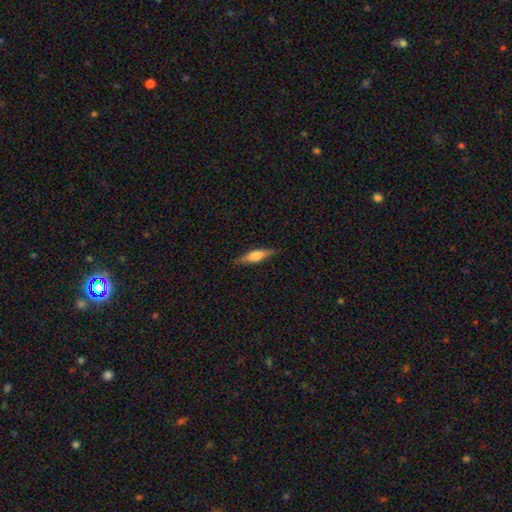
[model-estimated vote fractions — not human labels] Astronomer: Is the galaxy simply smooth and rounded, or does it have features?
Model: featured or disk — 50% (runner-up: smooth, 44%).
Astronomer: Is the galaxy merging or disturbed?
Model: none — 86%.